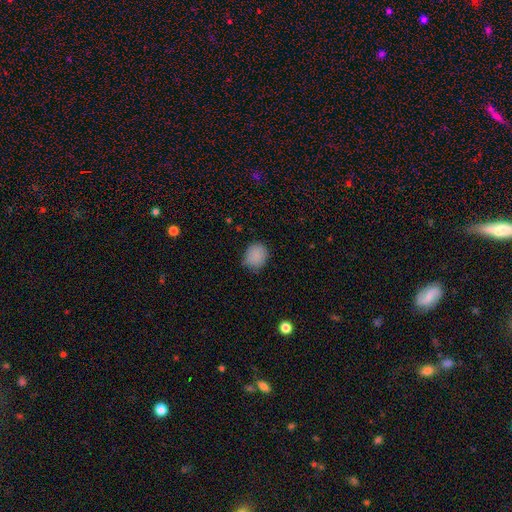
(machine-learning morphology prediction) A smooth galaxy with no disk features (87%) that is round (68%).

Vote fractions:
- Smooth or featured? smooth: 87% / star or artifact: 9% / featured or disk: 4%
- How rounded? round: 68% / in between: 31% / cigar-shaped: 1%
- Merging? none: 72% / minor disturbance: 23% / major disturbance: 4% / merger: 1%